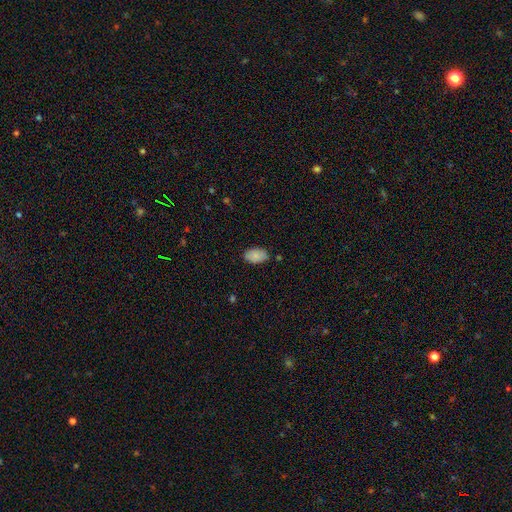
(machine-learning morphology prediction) smooth 86%, featured or disk 7%, star or artifact 7%. Down the decision tree: how rounded — in between (94%); merging — none (82%).